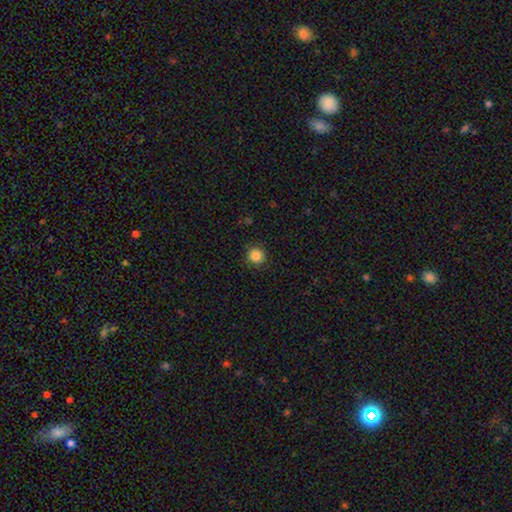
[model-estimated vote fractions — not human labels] Smooth or featured? smooth (86%)
How rounded? round (92%)
Merging? none (90%)